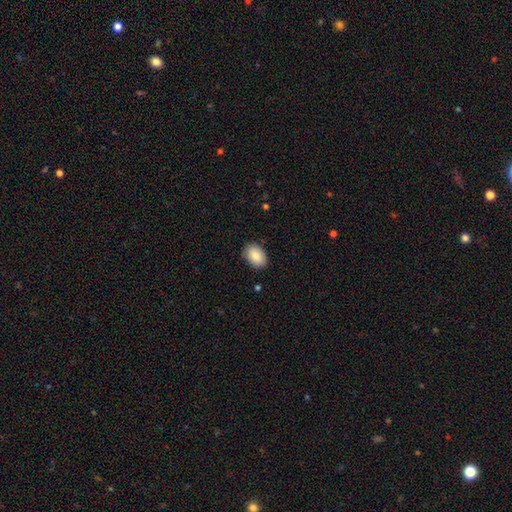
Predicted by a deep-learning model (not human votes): A smooth galaxy with no disk features (83%) that is in between round and cigar-shaped (85%). Merging: none (85%).